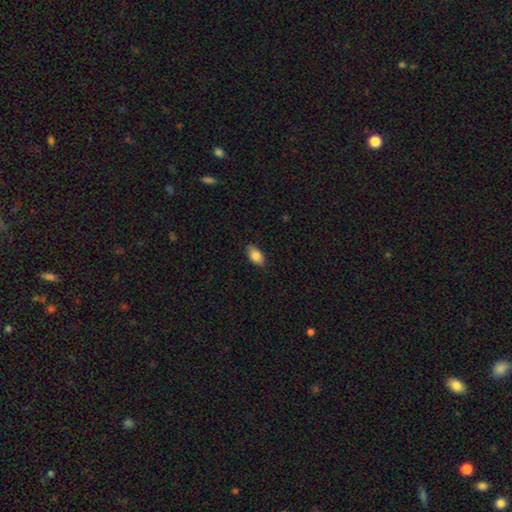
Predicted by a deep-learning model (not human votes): Smooth or featured?
  - smooth: 86% *
  - star or artifact: 7%
  - featured or disk: 7%
How rounded?
  - in between: 92% *
  - round: 5%
  - cigar-shaped: 3%
Merging?
  - none: 84% *
  - minor disturbance: 13%
  - major disturbance: 2%
  - merger: 1%